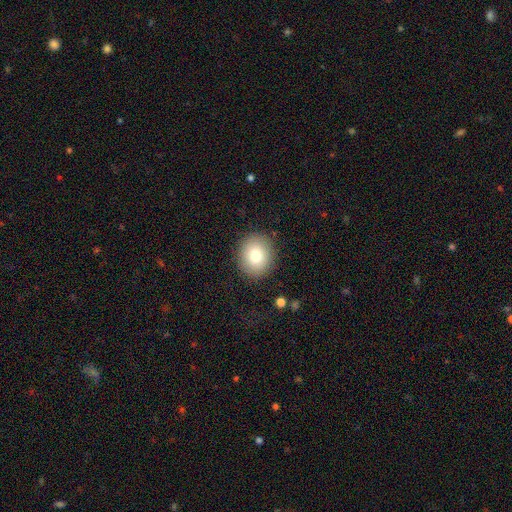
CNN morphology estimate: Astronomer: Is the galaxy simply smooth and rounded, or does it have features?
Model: smooth — 79%.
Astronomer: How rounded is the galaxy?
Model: round — 72%.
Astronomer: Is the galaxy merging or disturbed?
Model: none — 88%.